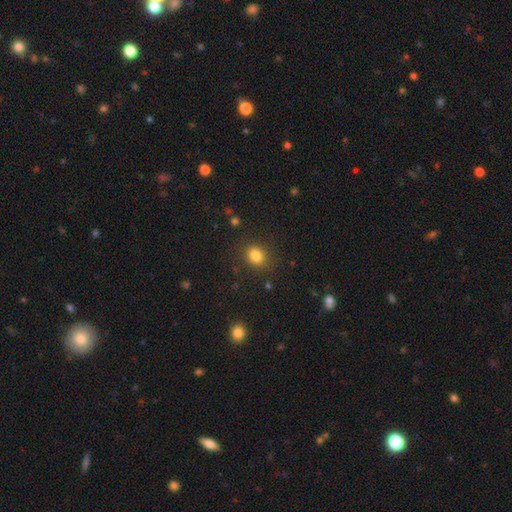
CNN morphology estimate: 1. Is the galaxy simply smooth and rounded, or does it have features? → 82% smooth, 12% star or artifact, 6% featured or disk.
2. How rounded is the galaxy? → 60% round, 39% in between, 1% cigar-shaped.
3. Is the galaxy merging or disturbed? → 85% none, 10% minor disturbance, 4% major disturbance, 2% merger.